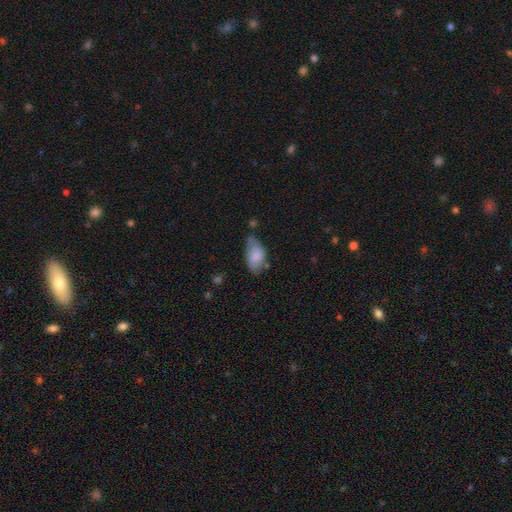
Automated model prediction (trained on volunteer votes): Overall: smooth (76%). How rounded: in between (92%). Merging: none (41%; minor disturbance 38%).